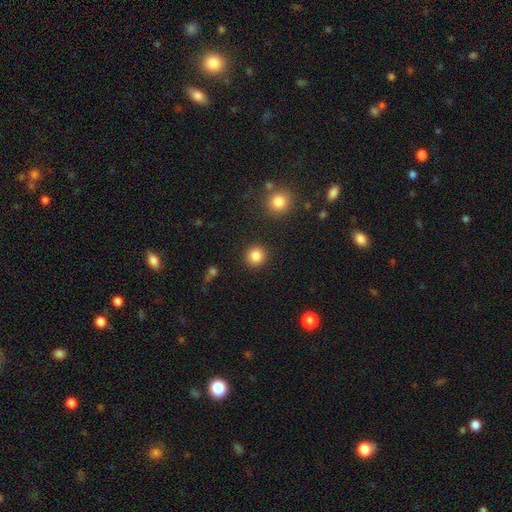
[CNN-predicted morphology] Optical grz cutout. It shows a smooth galaxy with no disk features (85%) that is round (93%). Merging: none (91%).